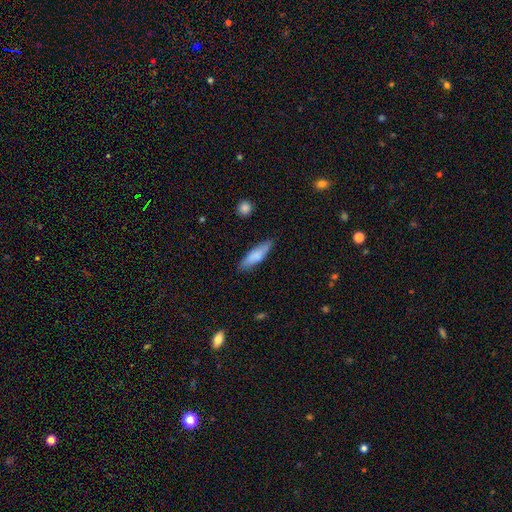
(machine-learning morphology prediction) type=smooth (79%); roundness=cigar-shaped (62%); merging=none (82%).